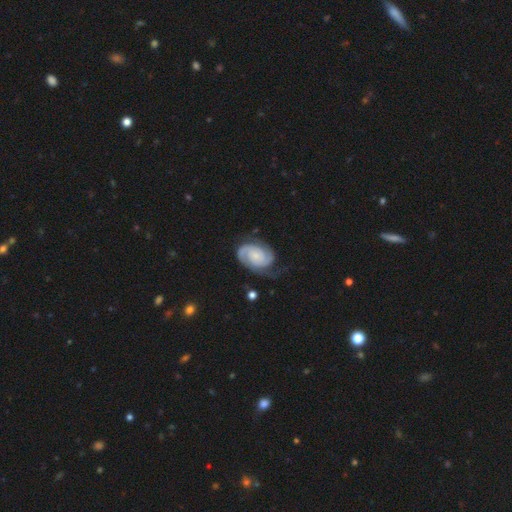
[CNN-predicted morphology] Smooth or featured? featured or disk (85%)
Edge-on disk? no (98%)
Bar? no (68%)
Spiral arms? yes (97%)
Spiral winding? tight (57%)
Spiral arm count? 2 (83%)
Bulge size? small (54%)
Merging? none (63%)